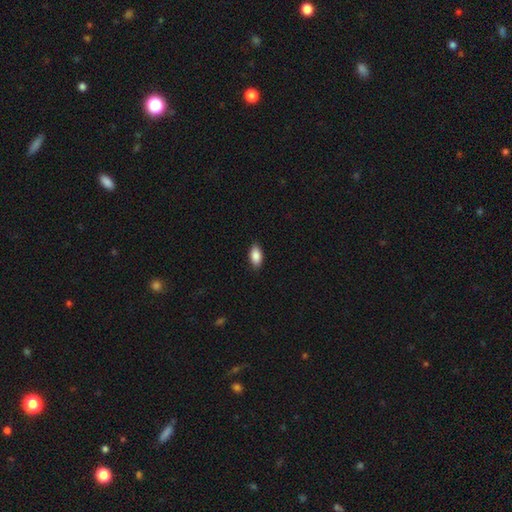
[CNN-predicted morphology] smooth 88%, star or artifact 7%, featured or disk 6%. Down the decision tree: how rounded — in between (92%); merging — none (88%).